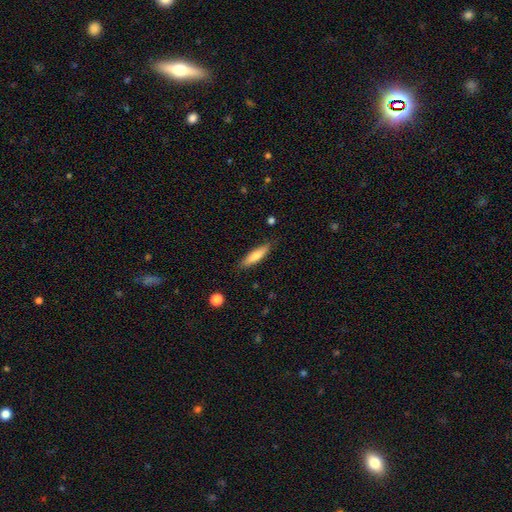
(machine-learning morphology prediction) A smooth galaxy with no disk features (73%) that is cigar-shaped (74%). Merging: none (85%).